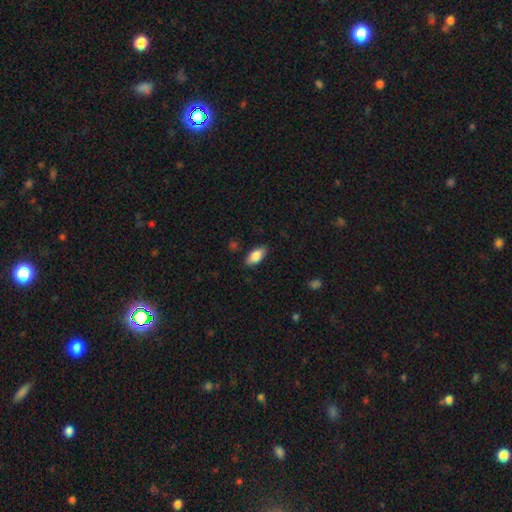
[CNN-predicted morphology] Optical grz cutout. It shows a smooth galaxy with no disk features (85%) that is in between round and cigar-shaped (91%). Merging: none (86%).